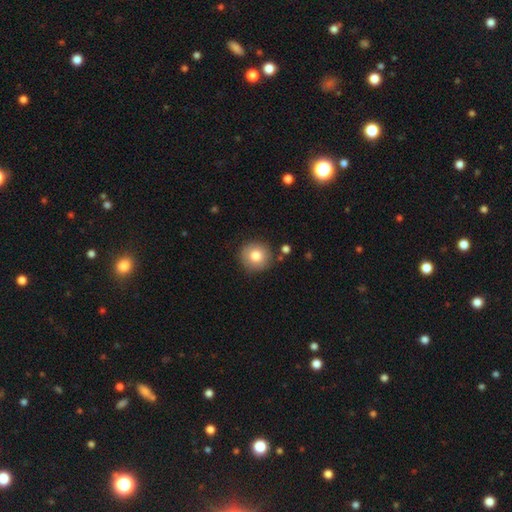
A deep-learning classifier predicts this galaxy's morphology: This is clearly a smooth galaxy (81%). How rounded: clearly round (93%). Merging: clearly none (85%).